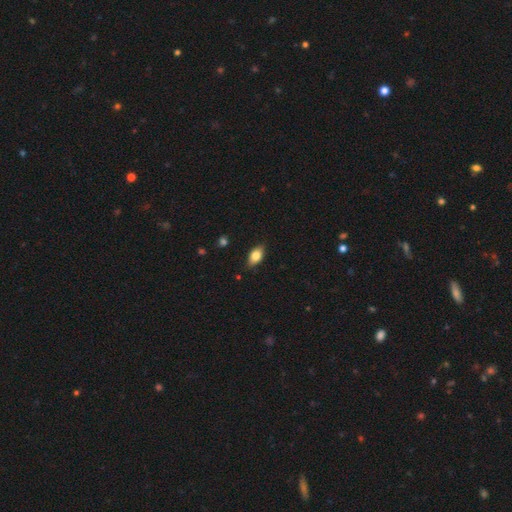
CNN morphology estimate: A smooth galaxy with no disk features (80%) that is in between round and cigar-shaped (89%). Merging: none (84%).